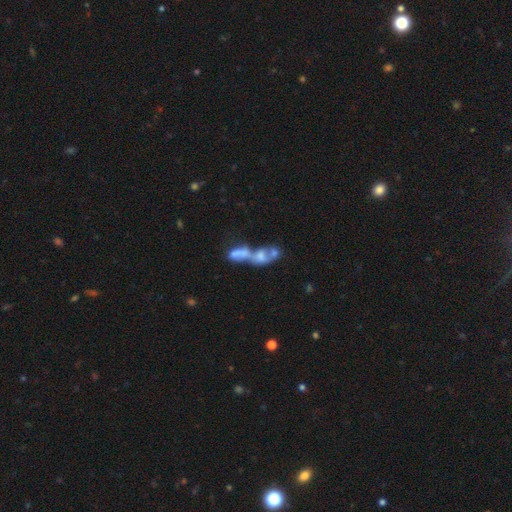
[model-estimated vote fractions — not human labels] Overall: featured or disk (45%; smooth 38%). Merging: merger (66%).